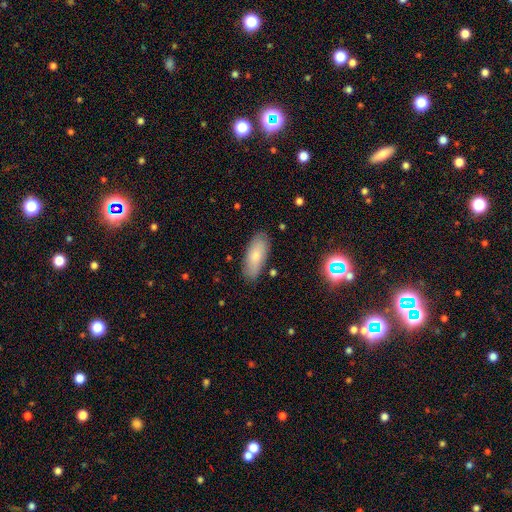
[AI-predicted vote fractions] A smooth galaxy with no disk features (75%) that is in between round and cigar-shaped (81%).

Vote fractions:
- Smooth or featured? smooth: 75% / featured or disk: 18% / star or artifact: 7%
- How rounded? in between: 81% / cigar-shaped: 17% / round: 2%
- Merging? none: 83% / minor disturbance: 12% / major disturbance: 2% / merger: 2%